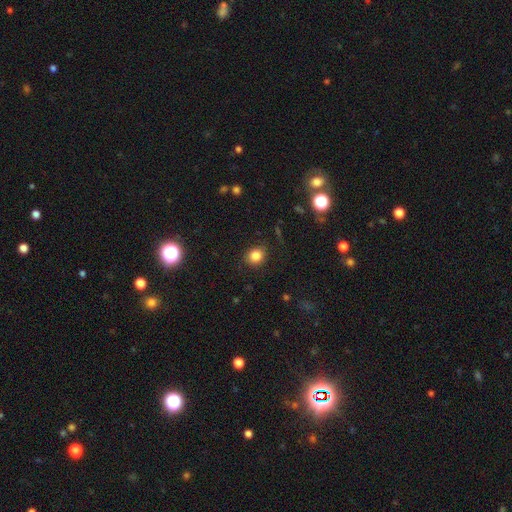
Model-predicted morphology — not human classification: This appears to be a smooth galaxy with no disk features (83%) that is round (75%). Merging: none (87%).